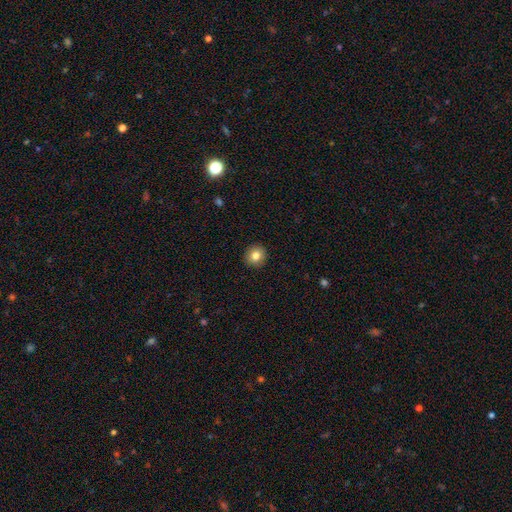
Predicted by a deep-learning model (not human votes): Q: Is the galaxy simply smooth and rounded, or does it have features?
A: smooth — 82%.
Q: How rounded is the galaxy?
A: round — 91%.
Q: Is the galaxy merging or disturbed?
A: none — 92%.